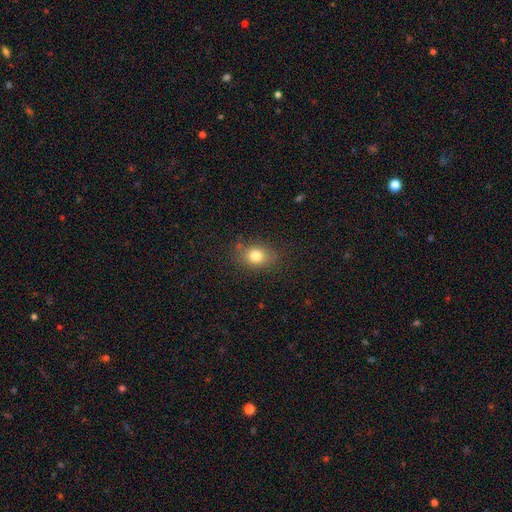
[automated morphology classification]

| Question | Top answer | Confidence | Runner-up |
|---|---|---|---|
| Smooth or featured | smooth | 80% | star or artifact (12%) |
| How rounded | in between | 54% | round (44%) |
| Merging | none | 78% | minor disturbance (15%) |